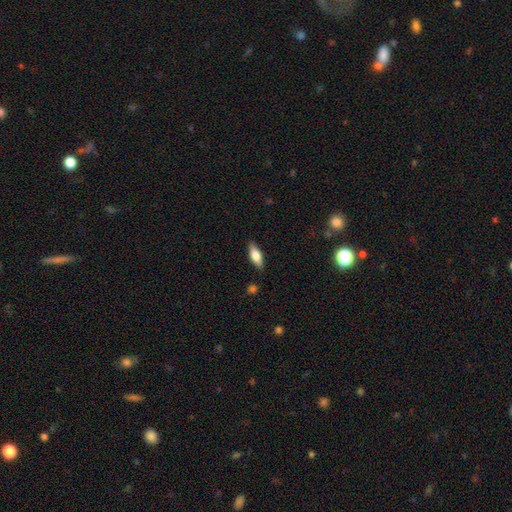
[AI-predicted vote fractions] The model was most divided on "smooth or featured": smooth: 58%, featured or disk: 36%, star or artifact: 7%. More confident: merging — none (86%); how rounded — in between (64%).